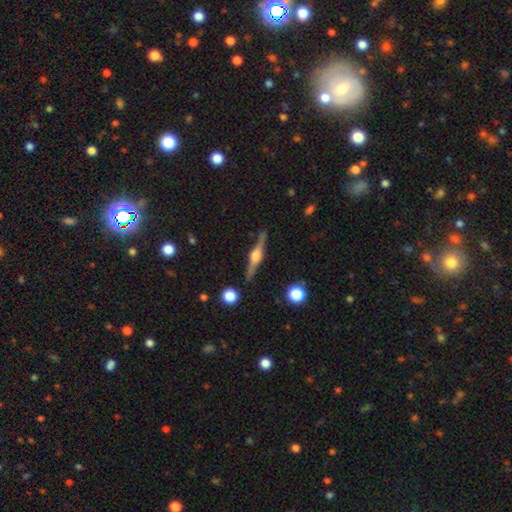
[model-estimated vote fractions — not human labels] smooth_or_featured: featured or disk (p=0.83) [alt: smooth p=0.12]
disk_edge_on: yes (p=0.98) [alt: no p=0.02]
edge_on_bulge: rounded (p=0.91) [alt: boxy p=0.08]
merging: none (p=0.89) [alt: minor disturbance p=0.08]